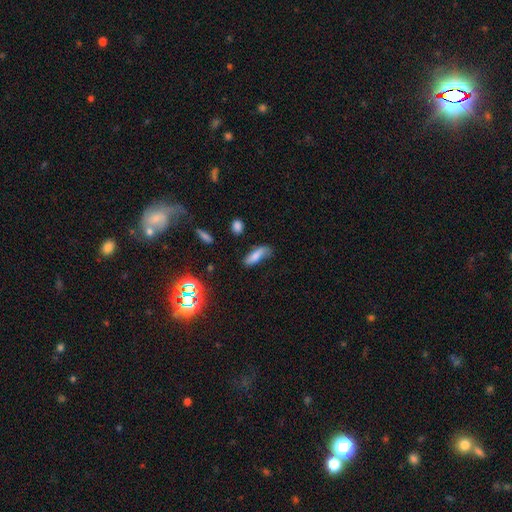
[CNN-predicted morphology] This is likely a smooth galaxy (75%). How rounded: possibly in between (58%). Merging: possibly none (58%).